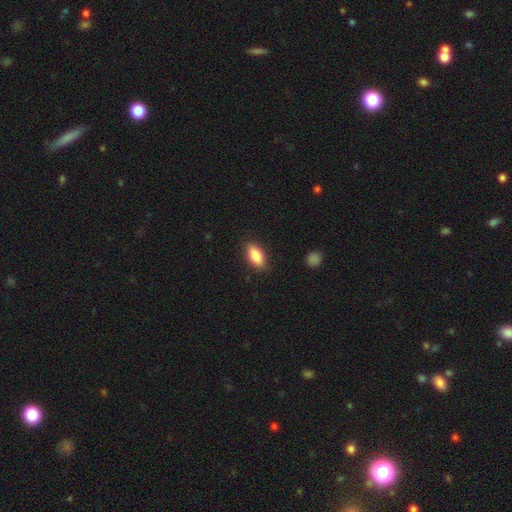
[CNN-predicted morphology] type=smooth (85%); roundness=in between (87%); merging=none (87%).